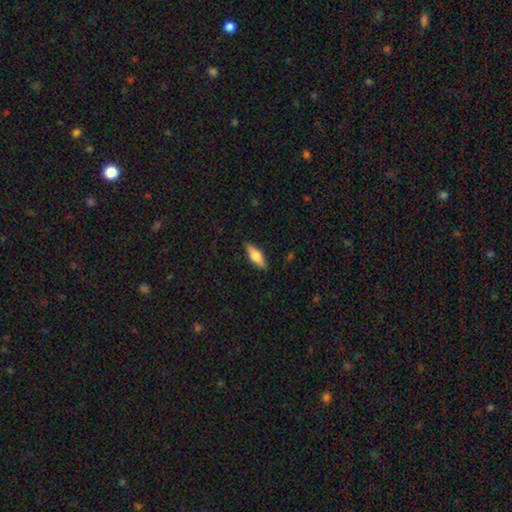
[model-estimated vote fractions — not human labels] The model was most divided on "how rounded": in between: 51%, cigar-shaped: 46%, round: 3%. More confident: merging — none (88%); smooth or featured — smooth (56%).